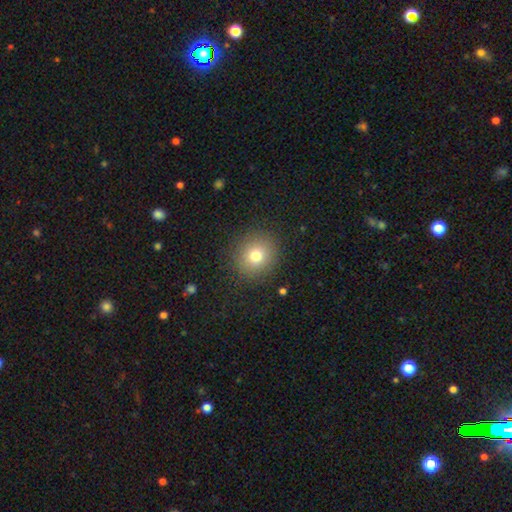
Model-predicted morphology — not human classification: Smooth or featured? Predicted: smooth (p=0.77). How rounded? Predicted: round (p=0.88). Merging? Predicted: none (p=0.88).